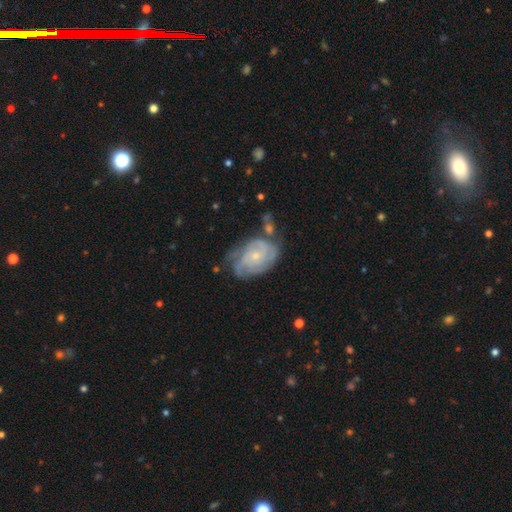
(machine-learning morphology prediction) smooth_or_featured: featured or disk (p=0.75) [alt: smooth p=0.18]
disk_edge_on: no (p=0.97) [alt: yes p=0.03]
bar: no (p=0.75) [alt: weak p=0.22]
has_spiral_arms: yes (p=0.89) [alt: no p=0.11]
spiral_winding: tight (p=0.60) [alt: medium p=0.30]
spiral_arm_count: can't tell (p=0.41) [alt: 2 p=0.22]
bulge_size: small (p=0.70) [alt: moderate p=0.26]
merging: none (p=0.48) [alt: minor disturbance p=0.28]